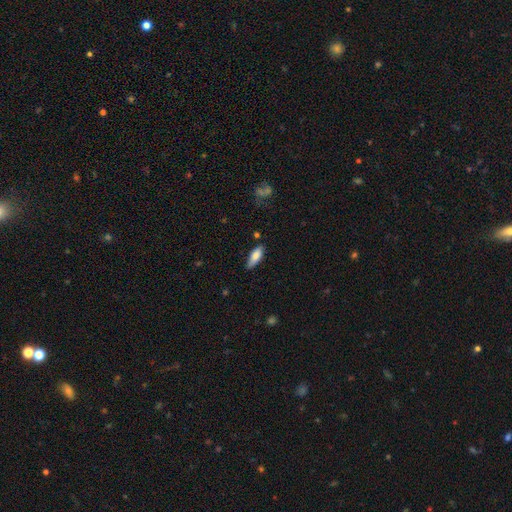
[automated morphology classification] A smooth galaxy with no disk features (80%) that is in between round and cigar-shaped (73%). Merging: none (74%).